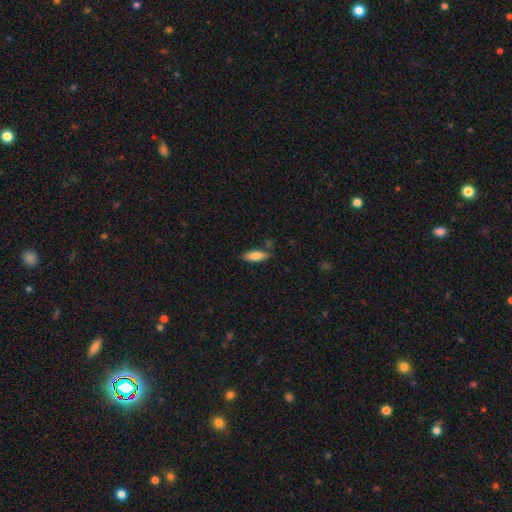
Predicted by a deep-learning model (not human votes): smooth 81%, featured or disk 12%, star or artifact 6%. Down the decision tree: how rounded — in between (60%); merging — none (77%).